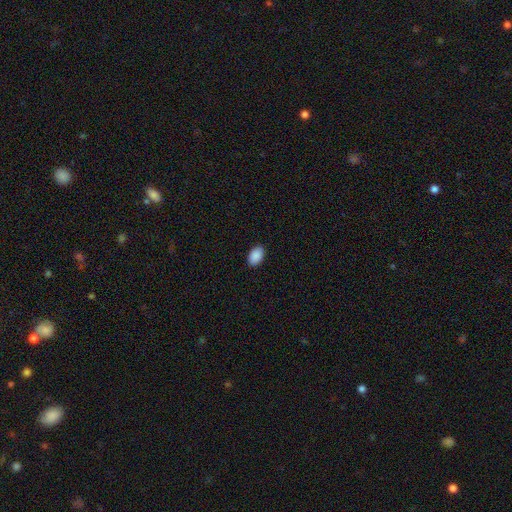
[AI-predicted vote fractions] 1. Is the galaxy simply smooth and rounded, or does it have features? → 91% smooth, 7% star or artifact, 3% featured or disk.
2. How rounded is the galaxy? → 91% in between, 8% round, 1% cigar-shaped.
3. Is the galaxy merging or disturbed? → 90% none, 8% minor disturbance, 2% major disturbance, 1% merger.